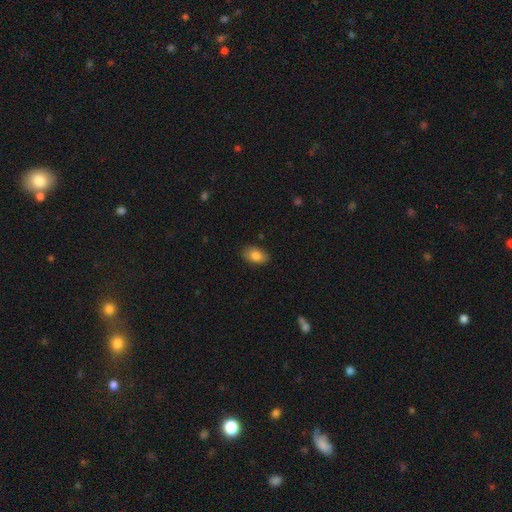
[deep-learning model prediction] Morphology: type=smooth (83%); roundness=in between (90%); merging=none (85%).